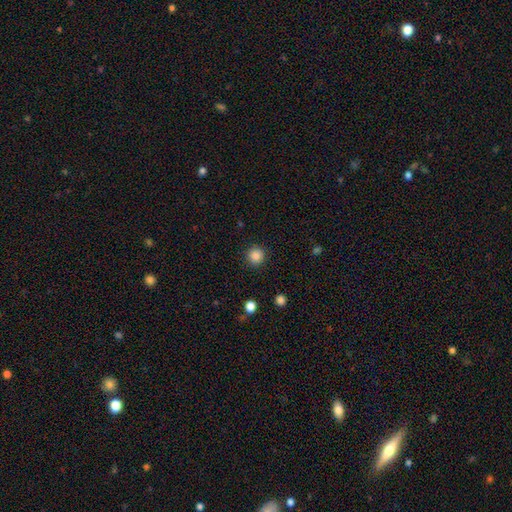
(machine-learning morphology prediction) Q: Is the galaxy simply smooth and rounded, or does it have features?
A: smooth — 86%.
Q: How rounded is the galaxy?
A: round — 94%.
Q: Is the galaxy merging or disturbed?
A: none — 91%.